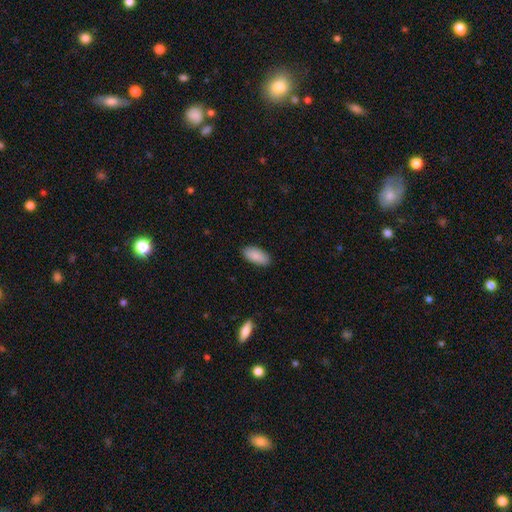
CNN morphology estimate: A smooth galaxy with no disk features (89%) that is in between round and cigar-shaped (90%). Merging: none (88%).